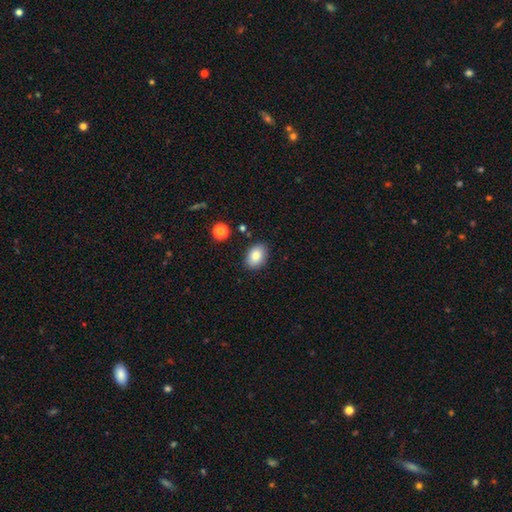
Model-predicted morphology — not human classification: A smooth galaxy with no disk features (84%) that is in between round and cigar-shaped (81%). Merging: none (85%).